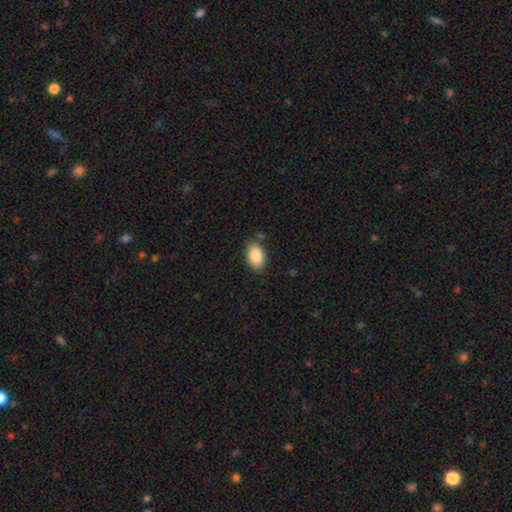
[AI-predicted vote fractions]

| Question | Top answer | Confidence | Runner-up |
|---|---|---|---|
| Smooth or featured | smooth | 88% | star or artifact (7%) |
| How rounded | in between | 89% | round (9%) |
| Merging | none | 82% | minor disturbance (13%) |